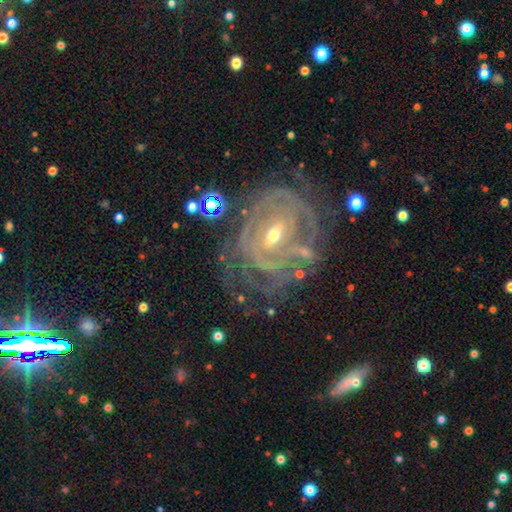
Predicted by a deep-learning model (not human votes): Smooth or featured: featured or disk — 84% (star or artifact — 10%)
Edge-on disk: no — 95% (yes — 5%)
Bar: weak — 44% (strong — 28%)
Spiral arms: yes — 93% (no — 7%)
Spiral winding: tight — 76% (medium — 19%)
Spiral arm count: can't tell — 44% (2 — 14%)
Bulge size: small — 63% (moderate — 33%)
Merging: none — 68% (minor disturbance — 18%)